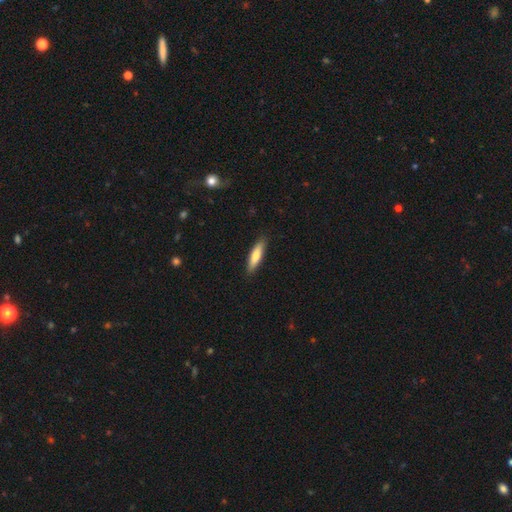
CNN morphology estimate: A smooth galaxy with no disk features (76%) that is cigar-shaped (71%).

Vote fractions:
- Smooth or featured? smooth: 76% / featured or disk: 19% / star or artifact: 5%
- How rounded? cigar-shaped: 71% / in between: 27% / round: 2%
- Merging? none: 88% / minor disturbance: 9% / major disturbance: 2% / merger: 1%